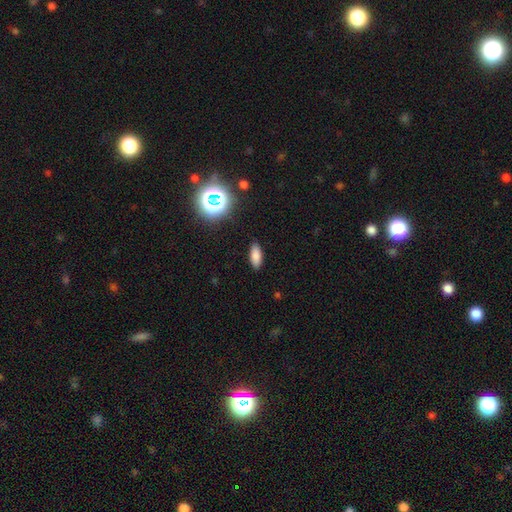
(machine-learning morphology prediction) Overall: smooth (80%). How rounded: in between (75%). Merging: none (88%).